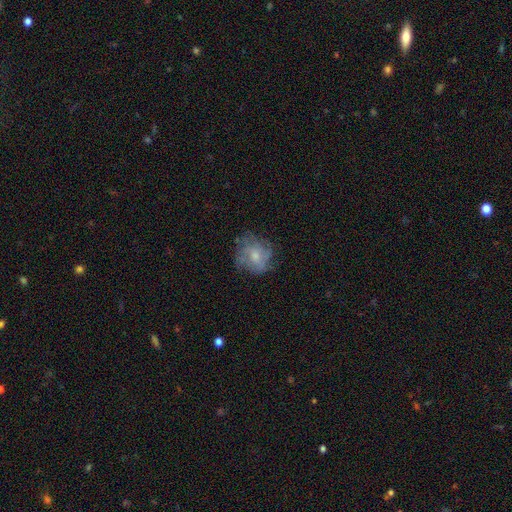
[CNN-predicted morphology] A featured or disk galaxy (55%) with no bar (74%), spiral arms (72%) and a small central bulge (48%).

Vote fractions:
- Smooth or featured? featured or disk: 55% / smooth: 34% / star or artifact: 11%
- Edge-on disk? no: 97% / yes: 3%
- Bar? no: 74% / weak: 23% / strong: 3%
- Spiral arms? yes: 72% / no: 28%
- Bulge size? small: 48% / moderate: 43% / none: 5% / large: 3% / dominant: 1%
- Merging? none: 68% / minor disturbance: 20% / major disturbance: 11% / merger: 1%